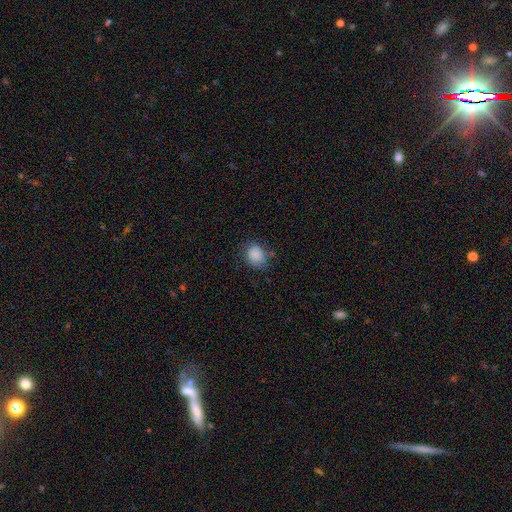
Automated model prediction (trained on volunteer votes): Q: Smooth or featured?
A: smooth (86%); runner-up: star or artifact (8%)
Q: How rounded?
A: round (55%); runner-up: in between (44%)
Q: Merging?
A: none (69%); runner-up: minor disturbance (22%)